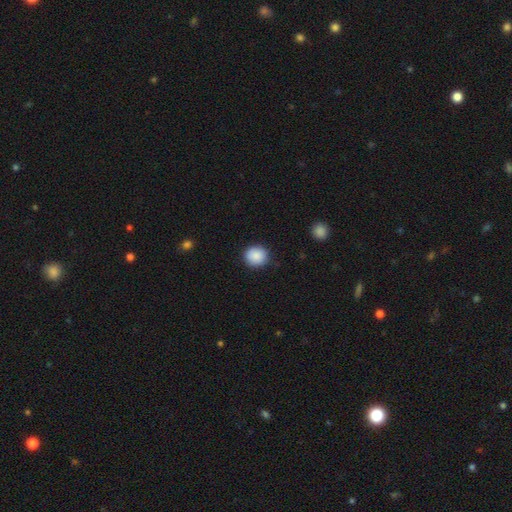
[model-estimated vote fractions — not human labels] Smooth or featured? Predicted: smooth (p=0.89). How rounded? Predicted: round (p=0.89). Merging? Predicted: none (p=0.88).